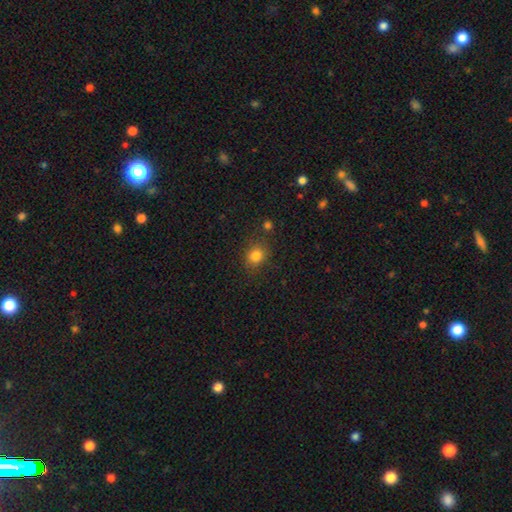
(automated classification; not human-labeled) Smooth or featured? Predicted: smooth (p=0.82). How rounded? Predicted: round (p=0.71). Merging? Predicted: none (p=0.81).